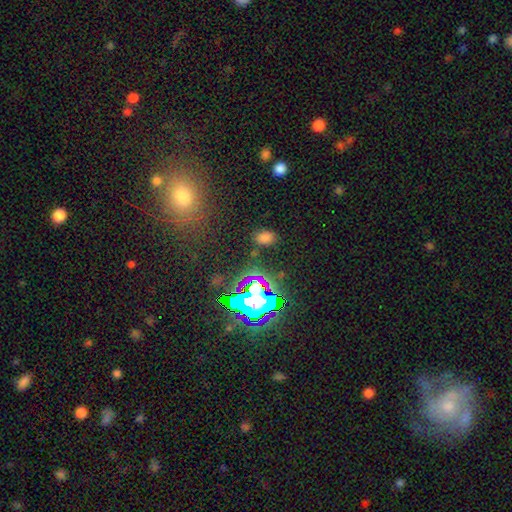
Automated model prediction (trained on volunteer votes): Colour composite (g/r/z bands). It shows a star or artifact, not a galaxy (63%).